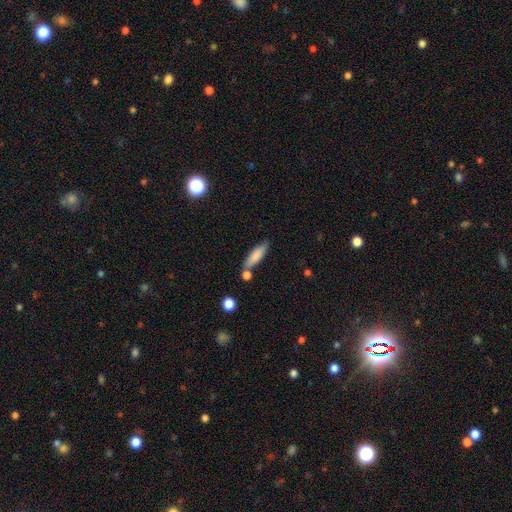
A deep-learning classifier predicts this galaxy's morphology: A smooth galaxy with no disk features (81%) that is cigar-shaped (55%).

Vote fractions:
- Smooth or featured? smooth: 81% / featured or disk: 12% / star or artifact: 7%
- How rounded? cigar-shaped: 55% / in between: 43% / round: 2%
- Merging? none: 65% / merger: 15% / minor disturbance: 15% / major disturbance: 4%